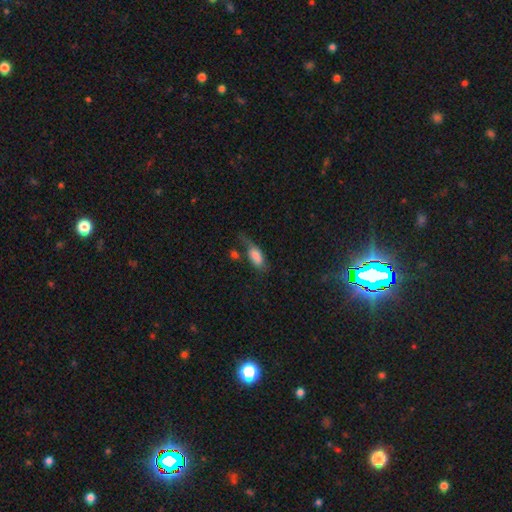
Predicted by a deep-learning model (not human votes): smooth 76%, featured or disk 16%, star or artifact 8%. Down the decision tree: how rounded — in between (84%); merging — major disturbance (33%).